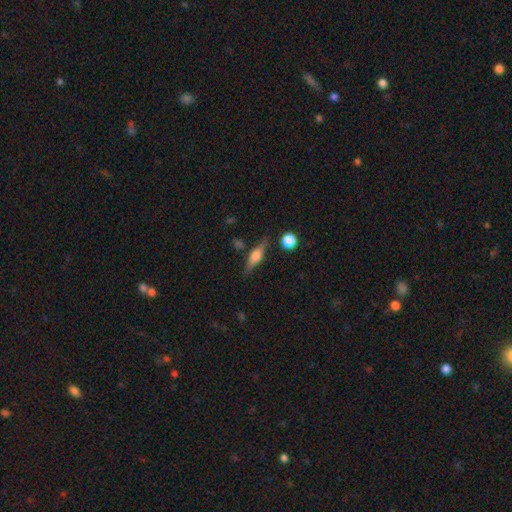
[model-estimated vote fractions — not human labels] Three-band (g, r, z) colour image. It shows a featured or disk galaxy (56%) viewed edge-on (95%) with a rounded central bulge (79%). Merging: none (80%).